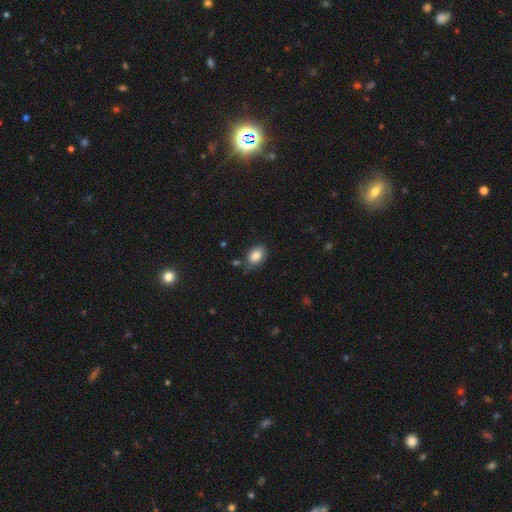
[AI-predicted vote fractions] Q: Smooth or featured?
A: smooth (86%); runner-up: star or artifact (8%)
Q: How rounded?
A: in between (83%); runner-up: round (15%)
Q: Merging?
A: none (71%); runner-up: minor disturbance (20%)